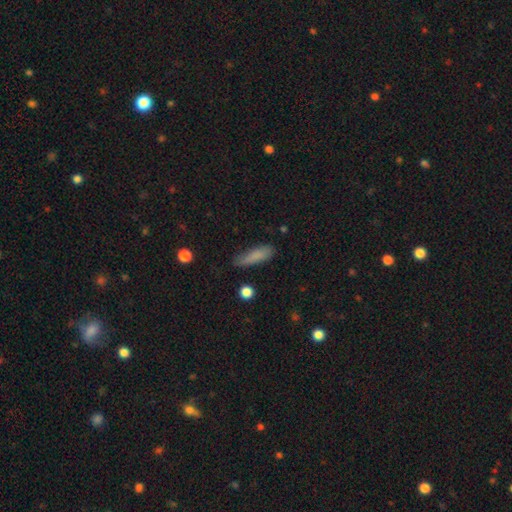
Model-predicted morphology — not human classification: Smooth or featured? smooth (82%)
How rounded? cigar-shaped (63%)
Merging? none (70%)